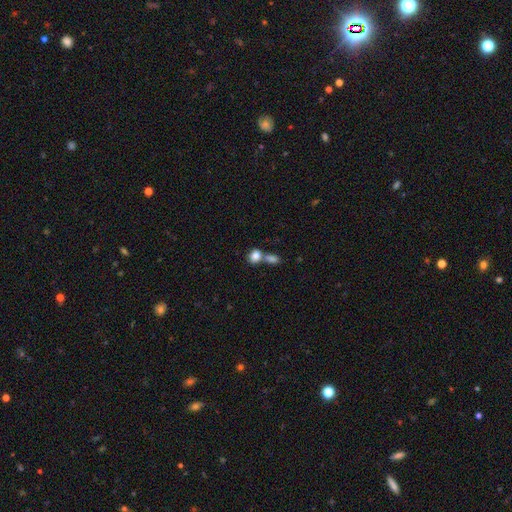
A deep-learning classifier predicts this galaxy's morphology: This is clearly a smooth galaxy (83%). How rounded: possibly in between (58%). Merging: possibly merger (52%).